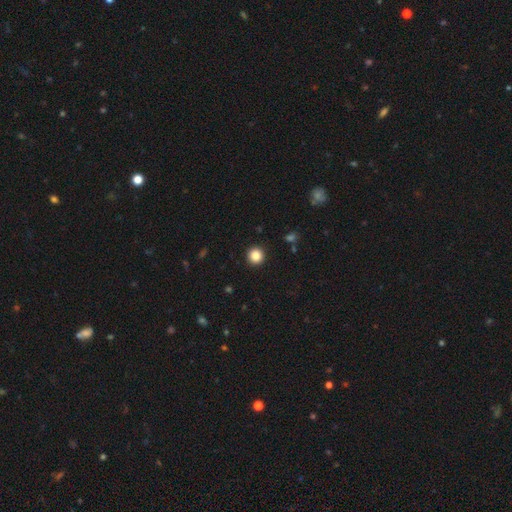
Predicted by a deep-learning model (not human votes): Overall: smooth (86%). How rounded: round (95%). Merging: none (93%).